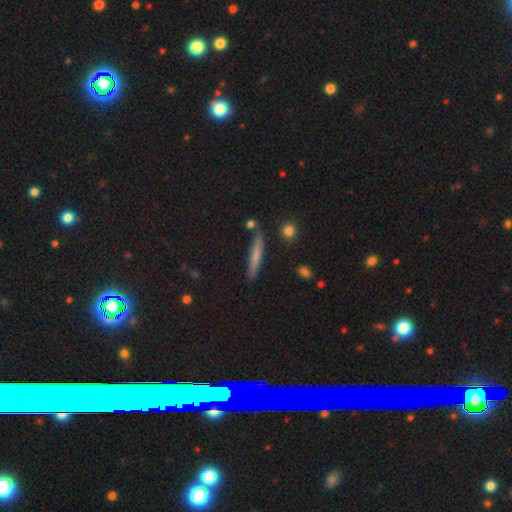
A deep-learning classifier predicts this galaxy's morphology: This appears to be a smooth galaxy with no disk features (67%) that is cigar-shaped (94%). Merging: none (85%).